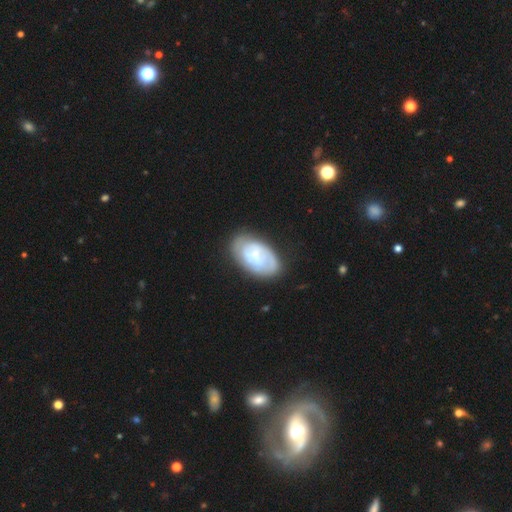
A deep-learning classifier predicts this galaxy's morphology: A featured or disk galaxy (59%) with no bar (52%), spiral arms (79%) and a small central bulge (55%).

Vote fractions:
- Smooth or featured? featured or disk: 59% / smooth: 35% / star or artifact: 6%
- Edge-on disk? no: 96% / yes: 4%
- Bar? no: 52% / weak: 39% / strong: 9%
- Spiral arms? yes: 79% / no: 21%
- Bulge size? small: 55% / none: 20% / moderate: 19% / large: 4% / dominant: 2%
- Merging? none: 69% / minor disturbance: 22% / major disturbance: 7% / merger: 2%